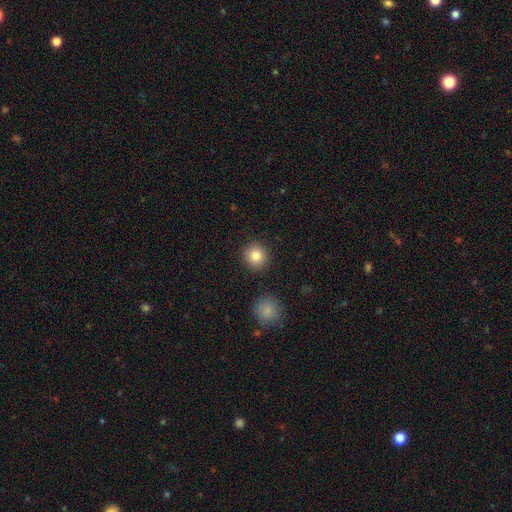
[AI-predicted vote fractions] Morphology: type=smooth (83%); roundness=round (93%); merging=none (89%).